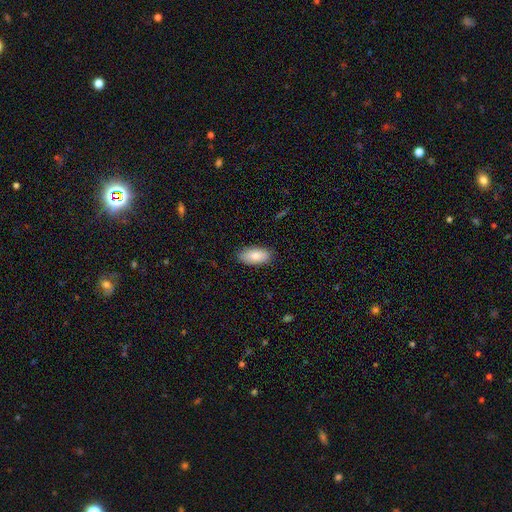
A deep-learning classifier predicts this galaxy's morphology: A smooth galaxy with no disk features (84%) that is in between round and cigar-shaped (92%). Merging: none (85%).